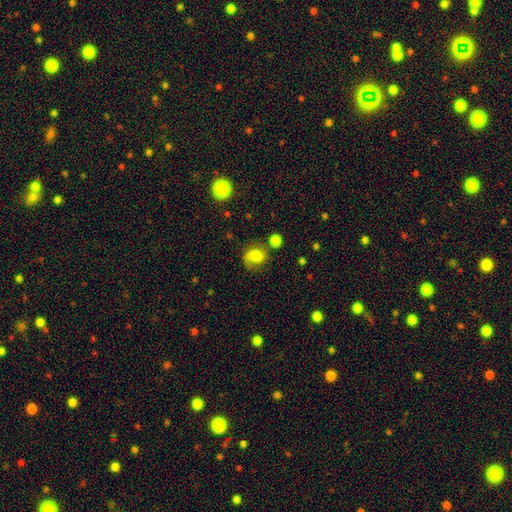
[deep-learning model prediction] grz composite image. It shows a smooth galaxy with no disk features (61%) that is round (65%). Merging: none (55%).